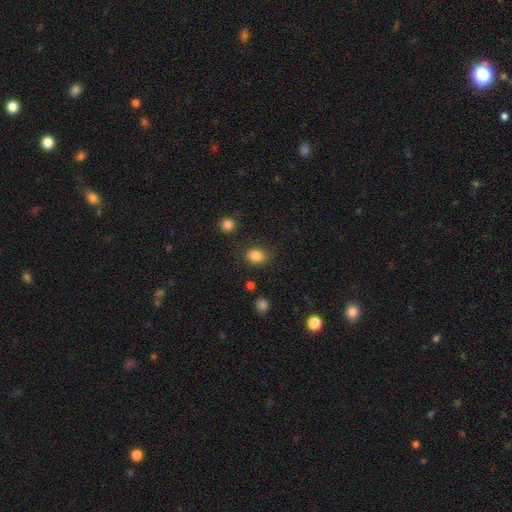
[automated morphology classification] Smooth or featured: smooth — 84% (star or artifact — 11%)
How rounded: round — 53% (in between — 46%)
Merging: none — 78% (minor disturbance — 16%)